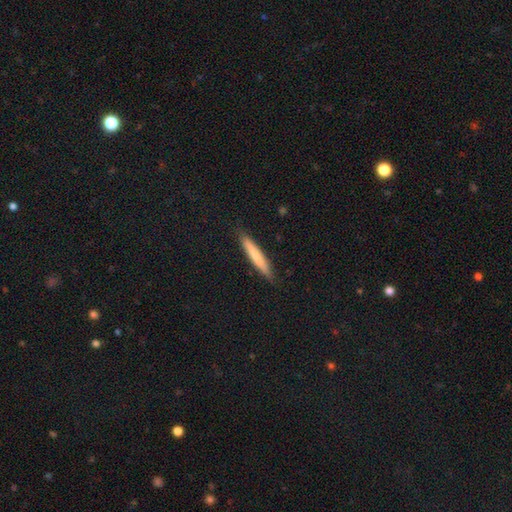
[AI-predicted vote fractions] smooth_or_featured: smooth (p=0.72) [alt: featured or disk p=0.22]
how_rounded: cigar-shaped (p=0.94) [alt: in between p=0.05]
merging: none (p=0.88) [alt: minor disturbance p=0.09]